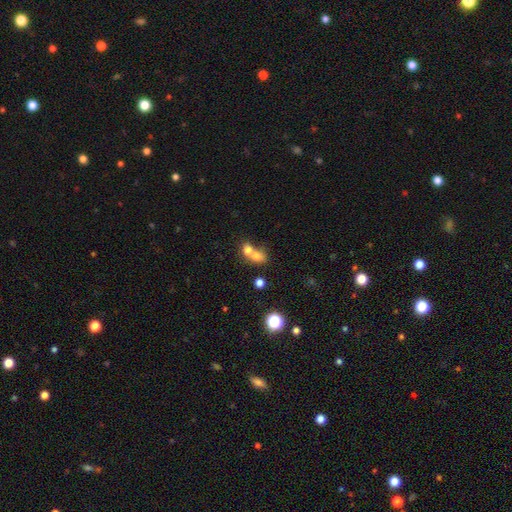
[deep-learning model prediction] Overall: smooth (71%). How rounded: round (54%; in between 45%). Merging: merger (69%).